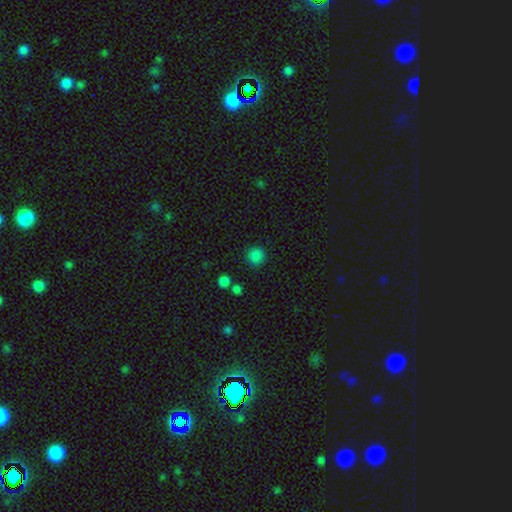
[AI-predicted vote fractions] This is clearly a smooth galaxy (85%). How rounded: clearly round (93%). Merging: clearly none (89%).